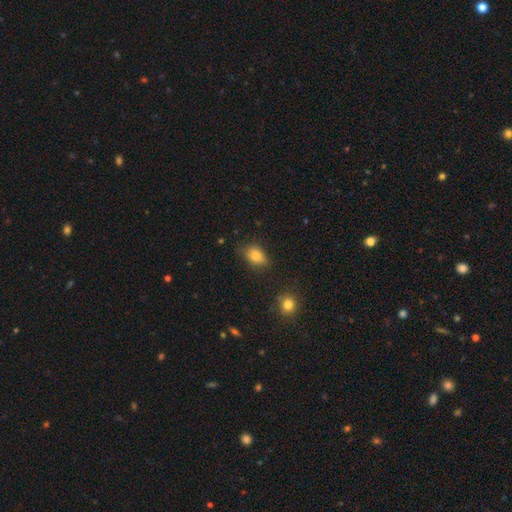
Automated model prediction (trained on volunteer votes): smooth_or_featured: smooth (p=0.84) [alt: star or artifact p=0.09]
how_rounded: in between (p=0.82) [alt: round p=0.16]
merging: none (p=0.71) [alt: minor disturbance p=0.22]